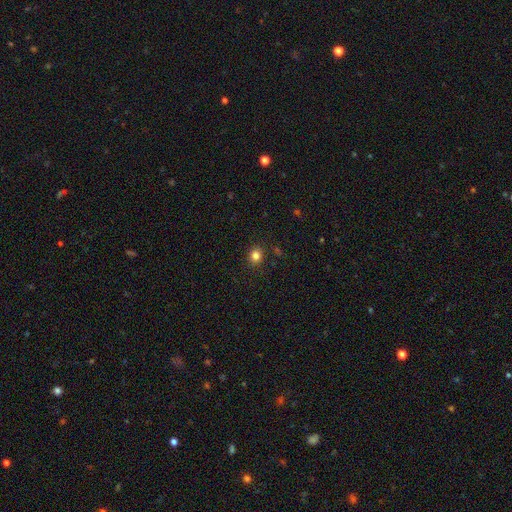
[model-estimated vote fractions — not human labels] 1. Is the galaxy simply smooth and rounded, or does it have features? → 82% smooth, 13% star or artifact, 5% featured or disk.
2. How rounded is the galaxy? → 81% round, 18% in between, 1% cigar-shaped.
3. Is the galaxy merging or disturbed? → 89% none, 7% minor disturbance, 2% major disturbance, 1% merger.